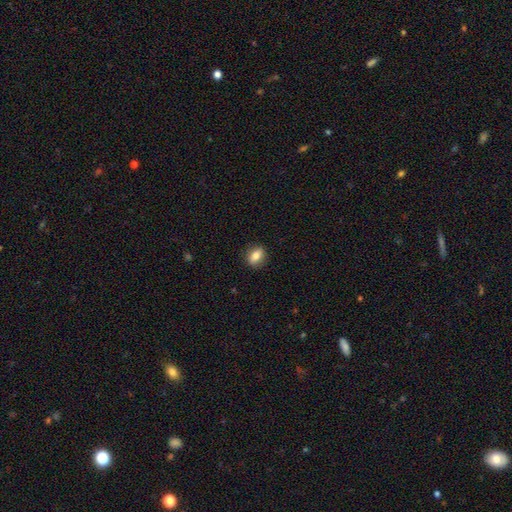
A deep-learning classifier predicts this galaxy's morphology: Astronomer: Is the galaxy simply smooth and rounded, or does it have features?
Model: smooth — 77%.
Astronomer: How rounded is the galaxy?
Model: in between — 67%.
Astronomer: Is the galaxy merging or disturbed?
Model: none — 87%.